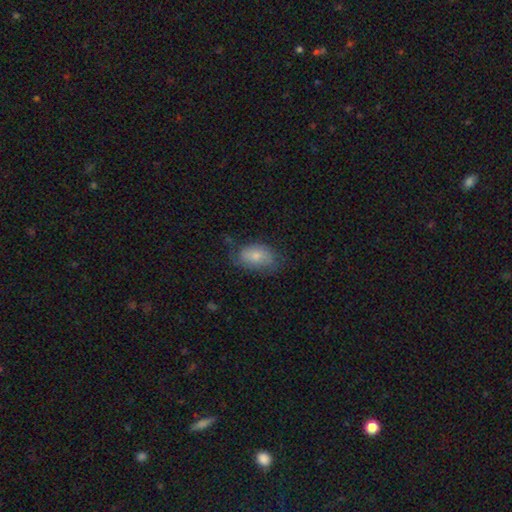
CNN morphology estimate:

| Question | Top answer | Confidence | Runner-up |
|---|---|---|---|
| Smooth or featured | smooth | 71% | featured or disk (21%) |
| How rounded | in between | 90% | round (8%) |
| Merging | none | 61% | minor disturbance (27%) |